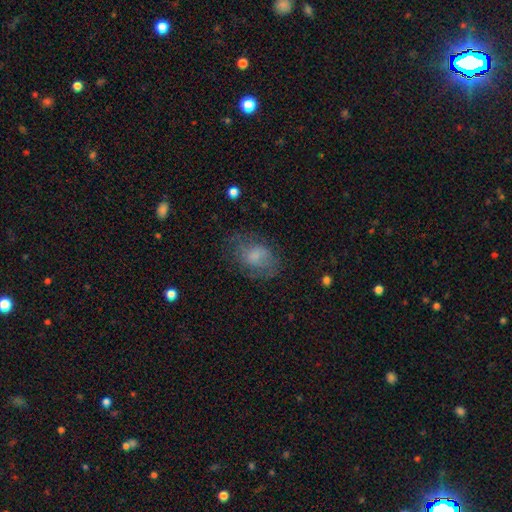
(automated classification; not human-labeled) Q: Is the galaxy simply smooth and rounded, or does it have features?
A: smooth — 59%.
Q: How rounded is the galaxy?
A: in between — 72%.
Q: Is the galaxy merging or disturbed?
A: none — 58%.